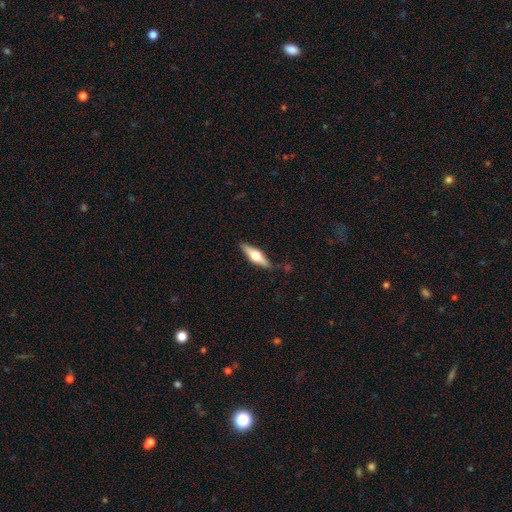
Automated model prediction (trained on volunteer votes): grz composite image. It shows a featured or disk galaxy (57%) viewed edge-on (95%) with a rounded central bulge (95%). Merging: none (86%).